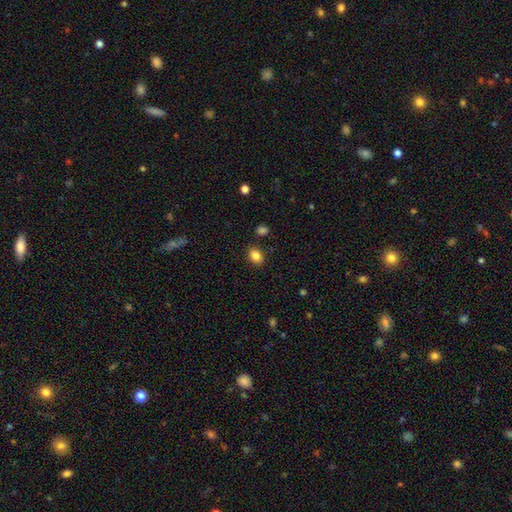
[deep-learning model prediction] smooth_or_featured: smooth (p=0.84) [alt: star or artifact p=0.10]
how_rounded: in between (p=0.63) [alt: round p=0.36]
merging: none (p=0.86) [alt: minor disturbance p=0.09]